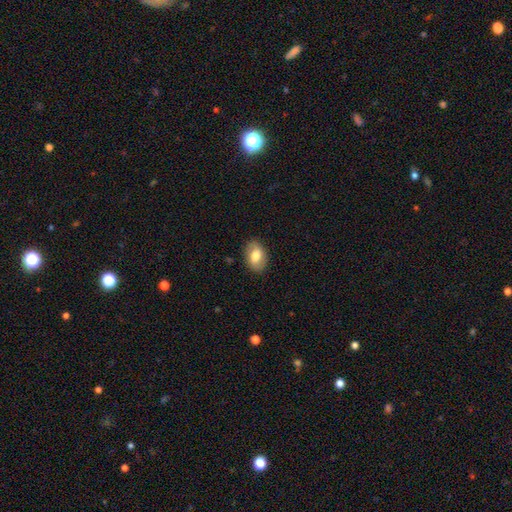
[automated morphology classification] Smooth or featured?
  - smooth: 72% *
  - featured or disk: 21%
  - star or artifact: 7%
How rounded?
  - in between: 86% *
  - round: 13%
  - cigar-shaped: 1%
Merging?
  - none: 85% *
  - minor disturbance: 11%
  - major disturbance: 3%
  - merger: 1%